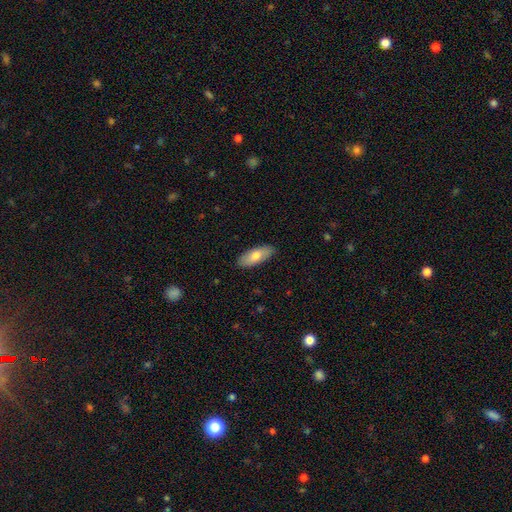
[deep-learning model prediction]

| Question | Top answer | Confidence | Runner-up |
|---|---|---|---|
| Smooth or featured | smooth | 74% | featured or disk (21%) |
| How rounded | in between | 79% | cigar-shaped (19%) |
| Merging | none | 88% | minor disturbance (9%) |